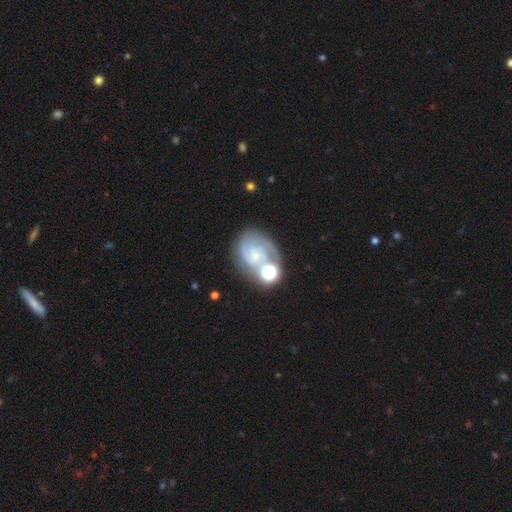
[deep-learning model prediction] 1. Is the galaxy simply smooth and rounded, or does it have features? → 76% featured or disk, 14% smooth, 10% star or artifact.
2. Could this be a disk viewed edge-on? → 98% no, 2% yes.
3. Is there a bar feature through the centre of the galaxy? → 67% no, 27% weak, 6% strong.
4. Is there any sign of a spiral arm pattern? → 93% yes, 7% no.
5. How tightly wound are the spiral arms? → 50% tight, 39% medium, 11% loose.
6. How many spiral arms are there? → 46% 2, 21% can't tell, 19% 3, 7% 1, 4% 4, 3% more than 4.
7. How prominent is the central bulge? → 71% small, 16% moderate, 10% none, 2% large, 1% dominant.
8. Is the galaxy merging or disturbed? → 52% none, 19% minor disturbance, 16% merger, 13% major disturbance.